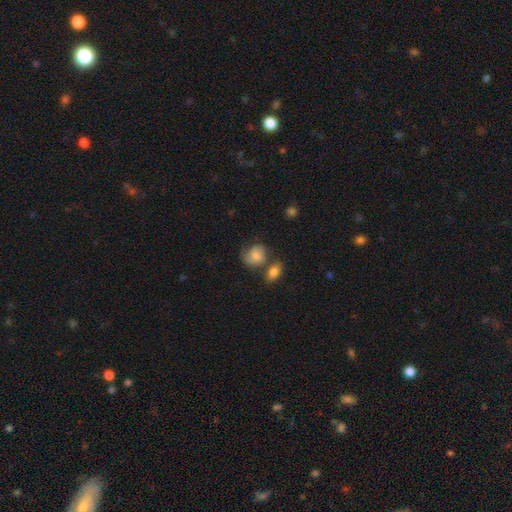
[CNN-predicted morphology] A smooth galaxy with no disk features (64%) that is round (60%).

Vote fractions:
- Smooth or featured? smooth: 64% / featured or disk: 28% / star or artifact: 8%
- How rounded? round: 60% / in between: 39% / cigar-shaped: 1%
- Merging? none: 49% / minor disturbance: 22% / merger: 20% / major disturbance: 9%